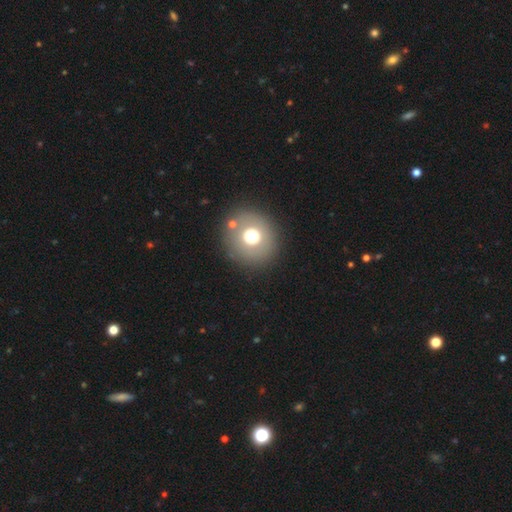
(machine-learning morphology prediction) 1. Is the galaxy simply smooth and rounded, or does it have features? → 48% smooth, 28% star or artifact, 25% featured or disk.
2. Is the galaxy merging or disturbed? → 87% none, 7% minor disturbance, 3% major disturbance, 3% merger.